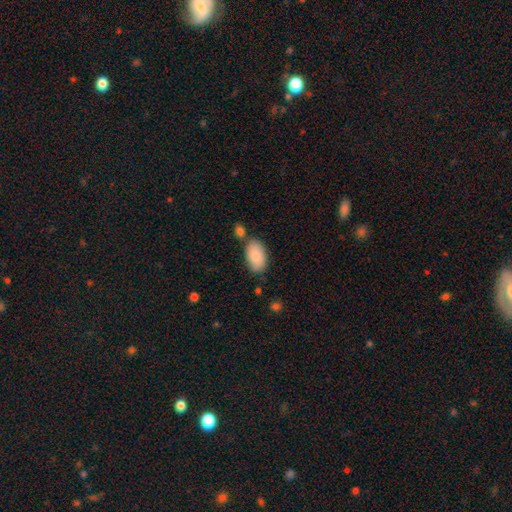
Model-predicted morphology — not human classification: This is clearly a smooth galaxy (87%). How rounded: clearly in between (95%). Merging: likely none (70%).